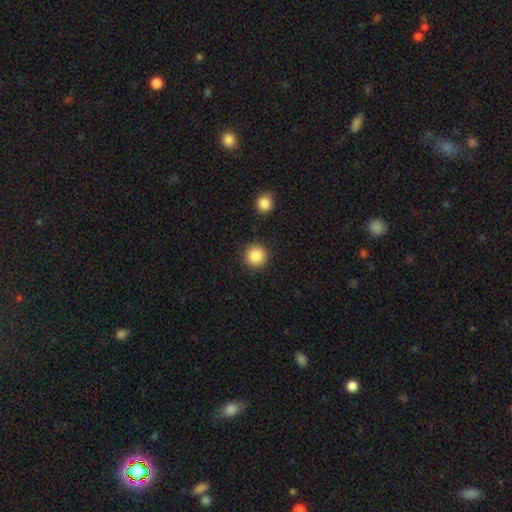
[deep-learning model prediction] smooth-or-featured: smooth: 87% | star or artifact: 9% | featured or disk: 4%
  how-rounded: round: 94% | in between: 5% | cigar-shaped: 1%
  merging: none: 89% | minor disturbance: 7% | merger: 2% | major disturbance: 2%